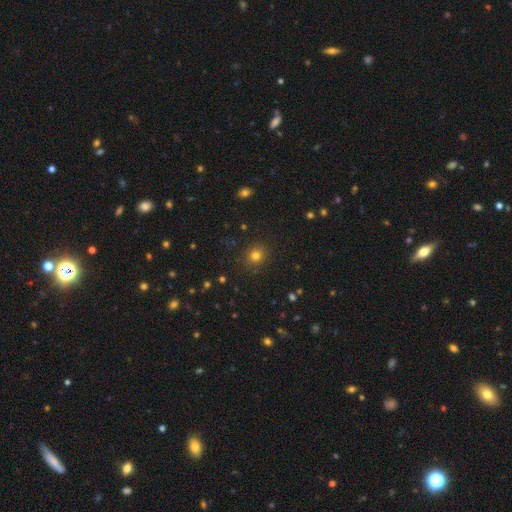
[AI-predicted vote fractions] The model was most divided on "smooth or featured": smooth: 78%, star or artifact: 16%, featured or disk: 6%. More confident: merging — none (90%); how rounded — round (85%).